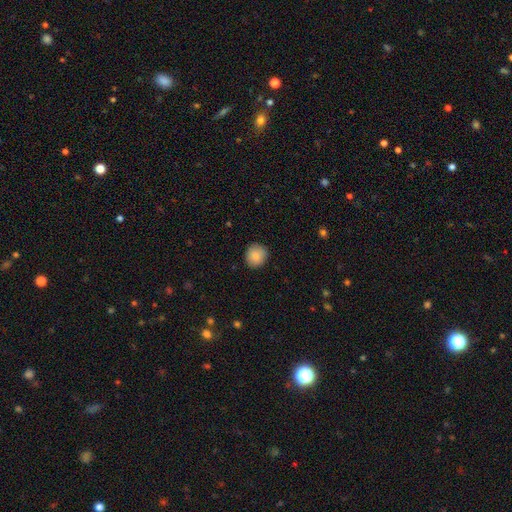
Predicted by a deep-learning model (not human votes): Morphology: type=smooth (87%); roundness=round (86%); merging=none (88%).